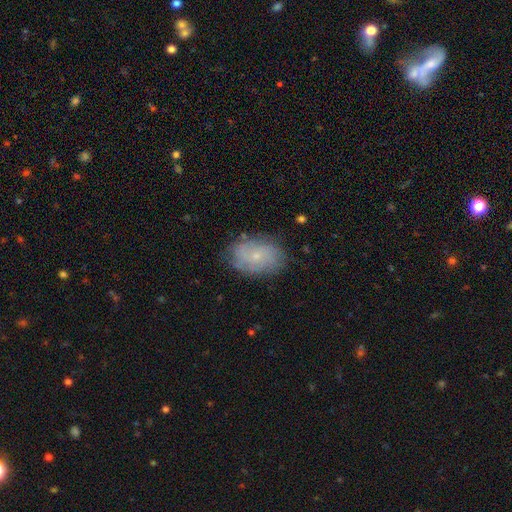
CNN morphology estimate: Q: Smooth or featured?
A: featured or disk (51%); runner-up: smooth (41%)
Q: Edge-on disk?
A: no (95%); runner-up: yes (5%)
Q: Merging?
A: none (77%); runner-up: minor disturbance (17%)